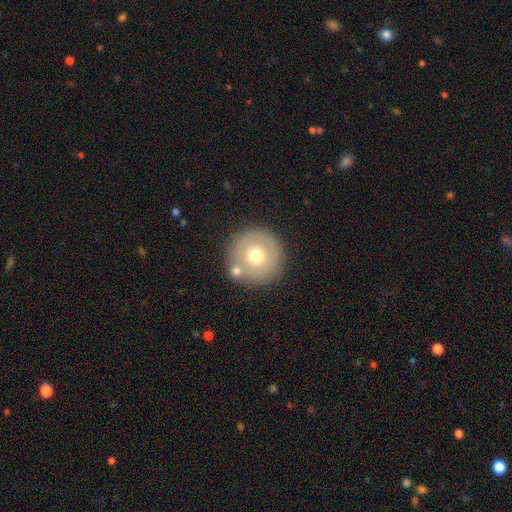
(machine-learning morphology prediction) Smooth or featured? smooth (66%)
How rounded? round (96%)
Merging? none (77%)